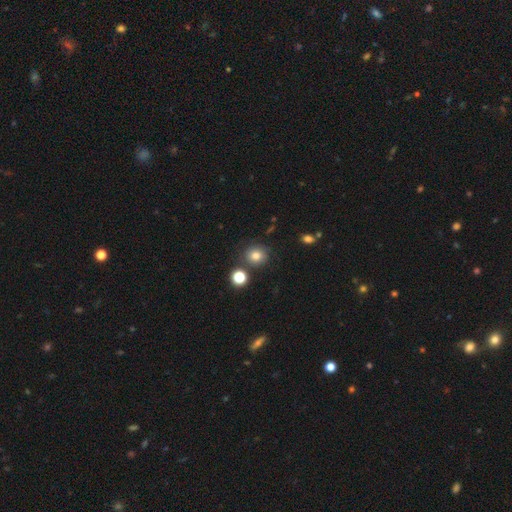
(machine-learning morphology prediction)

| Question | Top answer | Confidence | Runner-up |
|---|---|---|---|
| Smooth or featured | smooth | 78% | star or artifact (14%) |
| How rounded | round | 84% | in between (15%) |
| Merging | none | 81% | minor disturbance (9%) |